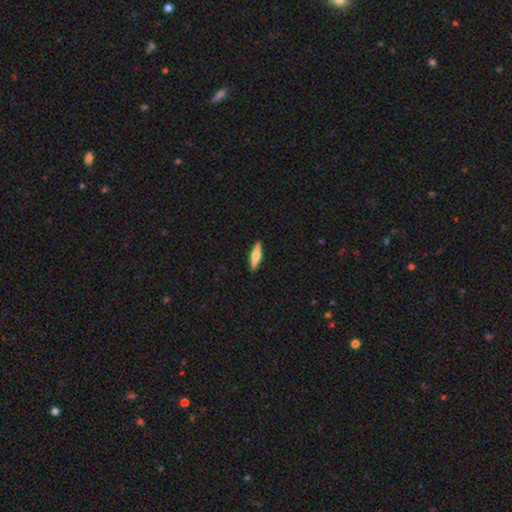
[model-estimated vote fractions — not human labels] Overall: smooth (48%; featured or disk 47%). Merging: none (91%).